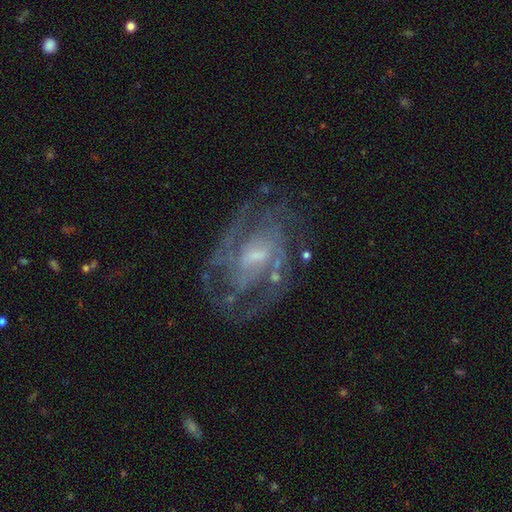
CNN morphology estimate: This is clearly a featured or disk galaxy (86%). It is clearly not viewed edge-on (97%). Bar: possibly weak (53%). Spiral arm pattern: clearly yes (91%). Spiral arm count: marginally can't tell (32%). Spiral winding: possibly tight (45%). Central bulge: possibly small (52%). Merging: likely none (65%).